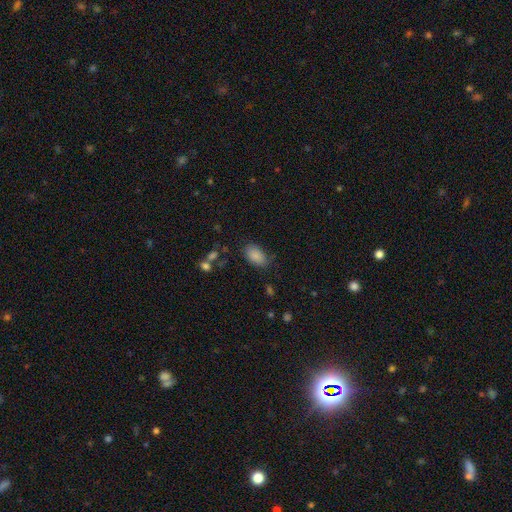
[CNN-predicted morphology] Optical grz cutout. It shows a smooth galaxy with no disk features (87%) that is in between round and cigar-shaped (92%). Merging: none (75%).